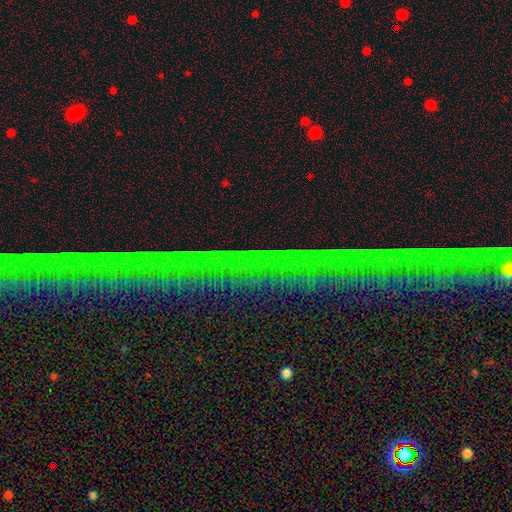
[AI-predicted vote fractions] Smooth or featured: star or artifact — 84% (featured or disk — 9%)